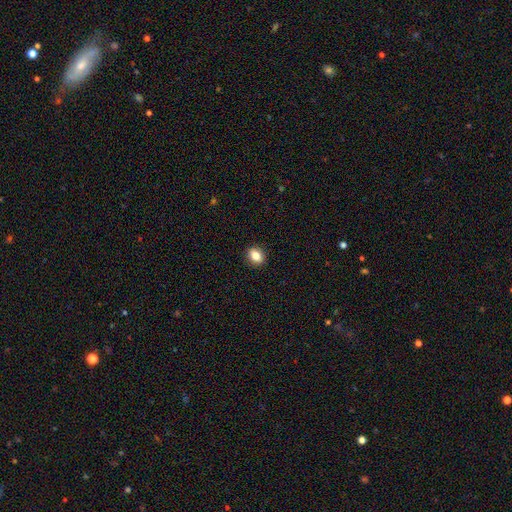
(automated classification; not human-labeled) Smooth or featured? smooth (83%)
How rounded? in between (56%)
Merging? none (91%)